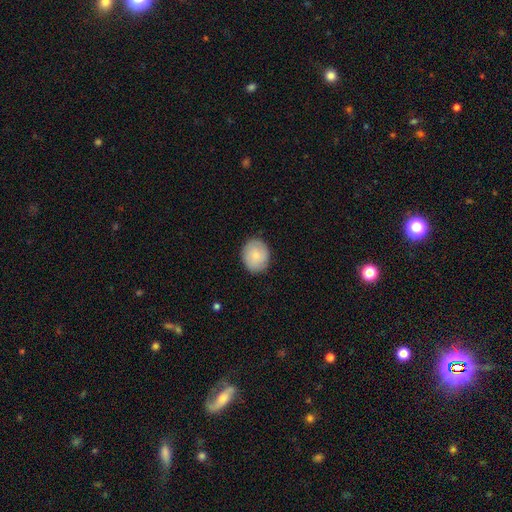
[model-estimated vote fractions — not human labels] Smooth or featured?
  - smooth: 79% *
  - featured or disk: 15%
  - star or artifact: 6%
How rounded?
  - round: 65% *
  - in between: 35%
  - cigar-shaped: 1%
Merging?
  - none: 86% *
  - minor disturbance: 10%
  - major disturbance: 2%
  - merger: 1%